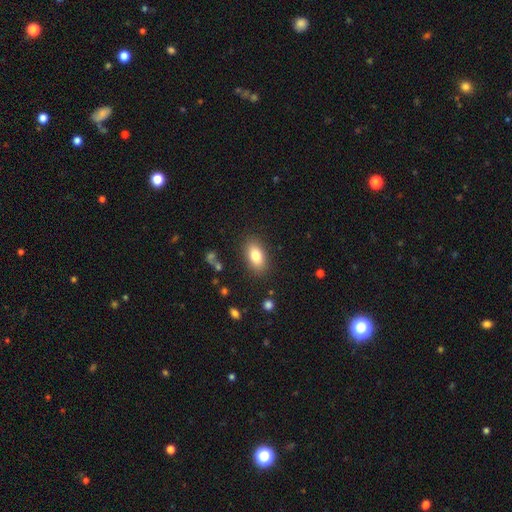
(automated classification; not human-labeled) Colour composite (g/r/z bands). It shows a smooth galaxy with no disk features (82%) that is in between round and cigar-shaped (90%). Merging: none (86%).